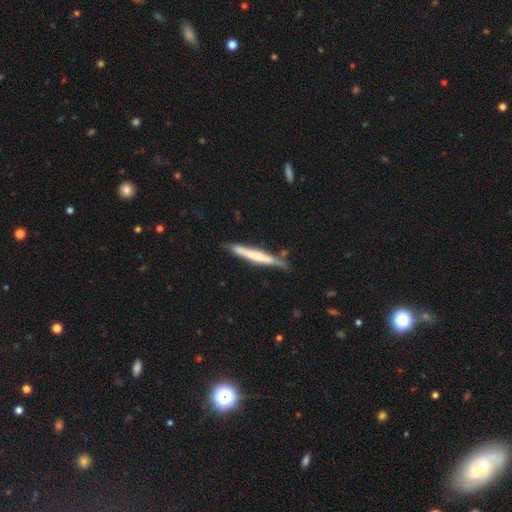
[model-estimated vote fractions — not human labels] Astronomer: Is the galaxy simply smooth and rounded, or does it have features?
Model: featured or disk — 49% (runner-up: smooth, 46%).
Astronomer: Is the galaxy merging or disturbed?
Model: none — 74%.